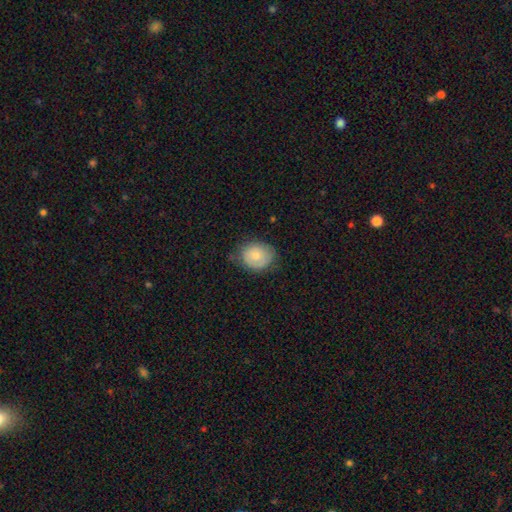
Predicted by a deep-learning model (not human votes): Overall: smooth (66%). How rounded: round (62%; in between 37%). Merging: none (68%).